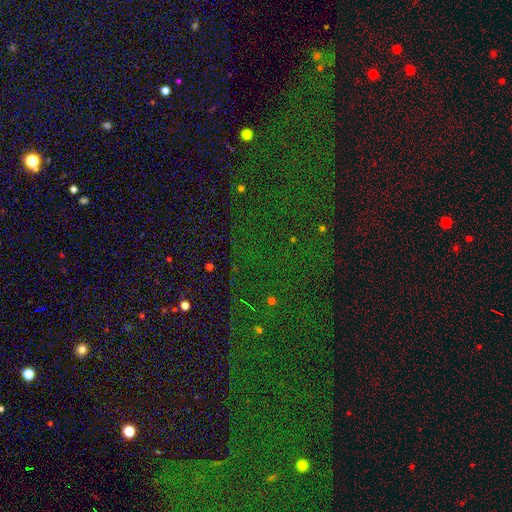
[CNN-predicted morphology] This appears to be a star or artifact, not a galaxy (78%).